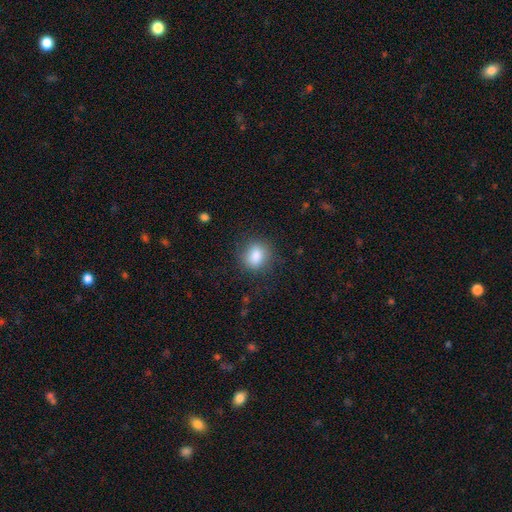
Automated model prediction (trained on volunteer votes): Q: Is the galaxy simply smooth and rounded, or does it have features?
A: smooth — 86%.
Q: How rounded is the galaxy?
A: round — 59%.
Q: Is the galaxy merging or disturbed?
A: none — 81%.